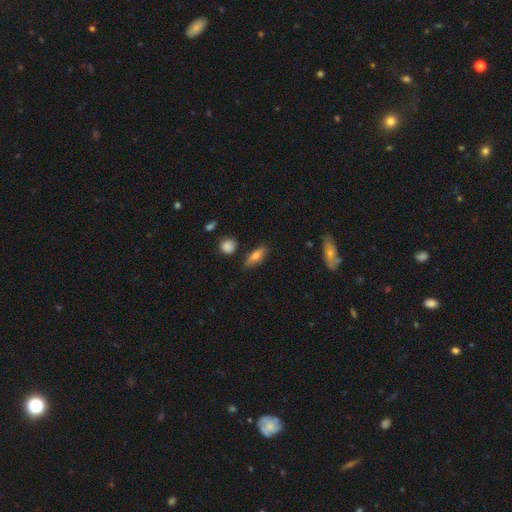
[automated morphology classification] Smooth or featured: smooth — 60% (featured or disk — 31%)
How rounded: in between — 54% (cigar-shaped — 41%)
Merging: none — 78% (minor disturbance — 15%)